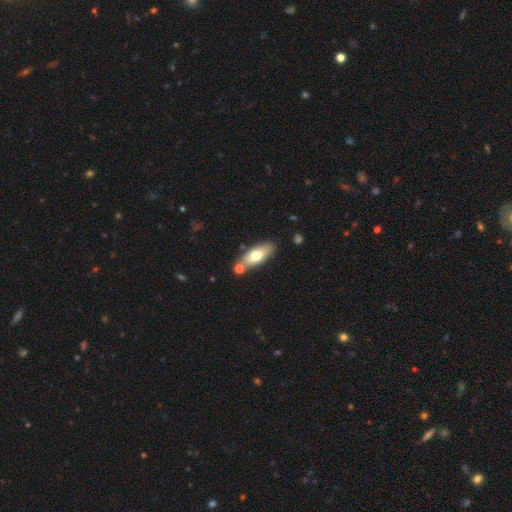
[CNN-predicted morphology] smooth-or-featured: smooth: 67% | featured or disk: 26% | star or artifact: 7%
  how-rounded: in between: 75% | cigar-shaped: 22% | round: 3%
  merging: none: 73% | minor disturbance: 12% | merger: 11% | major disturbance: 3%